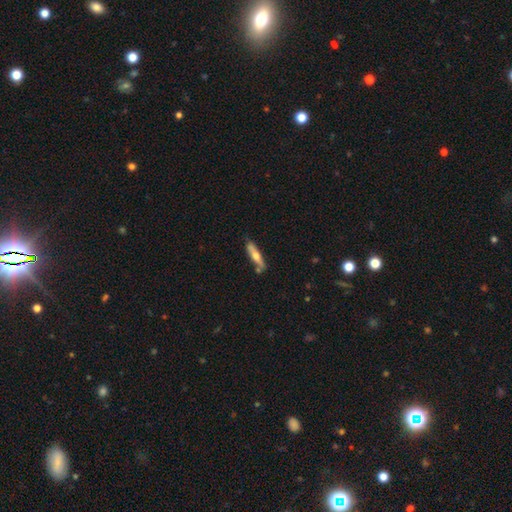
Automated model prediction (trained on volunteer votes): Smooth or featured: smooth — 49% (featured or disk — 45%)
Merging: none — 71% (minor disturbance — 18%)